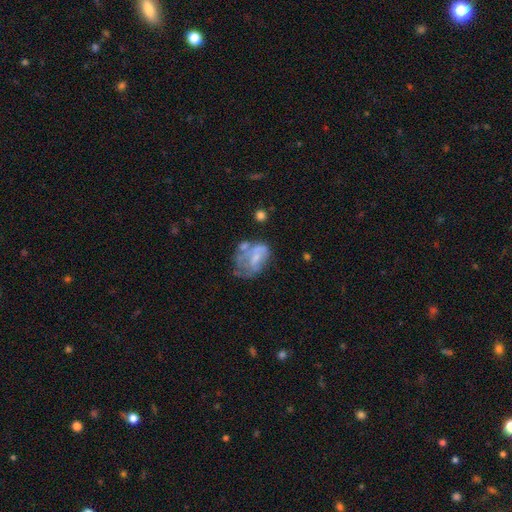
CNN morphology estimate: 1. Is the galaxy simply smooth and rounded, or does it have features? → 53% featured or disk, 37% smooth, 10% star or artifact.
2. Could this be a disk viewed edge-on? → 98% no, 2% yes.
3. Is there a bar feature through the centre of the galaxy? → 70% no, 24% weak, 6% strong.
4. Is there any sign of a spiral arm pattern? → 76% no, 24% yes.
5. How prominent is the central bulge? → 44% none, 29% small, 24% moderate, 3% large, 1% dominant.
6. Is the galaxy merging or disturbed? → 32% major disturbance, 29% none, 24% minor disturbance, 15% merger.